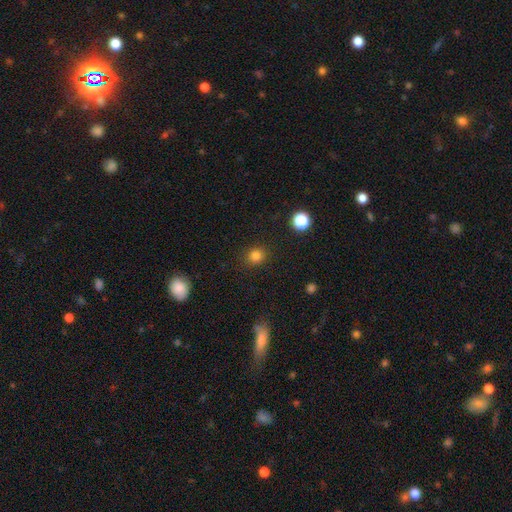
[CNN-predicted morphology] A smooth galaxy with no disk features (82%) that is round (82%). Merging: none (89%).